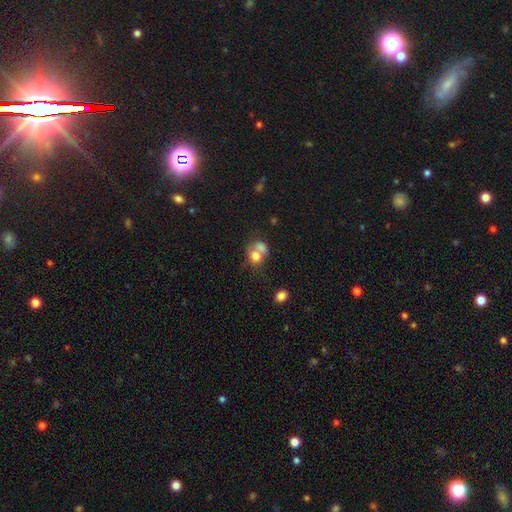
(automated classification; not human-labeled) Smooth or featured? Predicted: smooth (p=0.72). How rounded? Predicted: round (p=0.55). Merging? Predicted: merger (p=0.61).